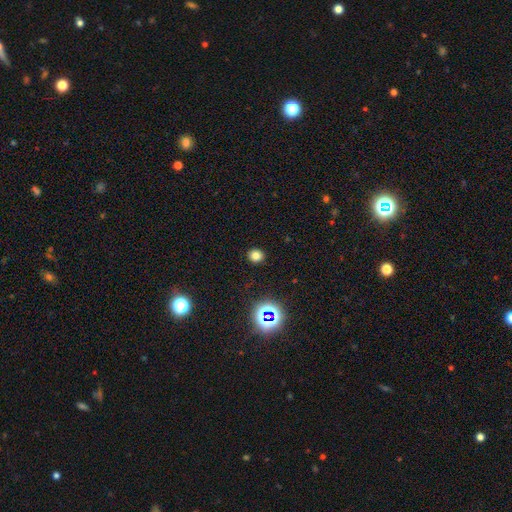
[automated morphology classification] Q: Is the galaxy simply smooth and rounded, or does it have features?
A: smooth — 77%.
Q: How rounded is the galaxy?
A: round — 82%.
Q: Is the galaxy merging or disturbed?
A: none — 91%.